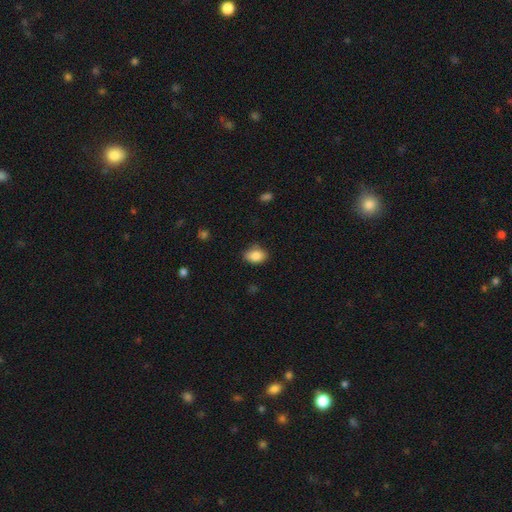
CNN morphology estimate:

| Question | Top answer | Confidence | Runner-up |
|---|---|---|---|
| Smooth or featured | smooth | 86% | star or artifact (8%) |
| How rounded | in between | 81% | round (17%) |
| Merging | none | 75% | minor disturbance (20%) |